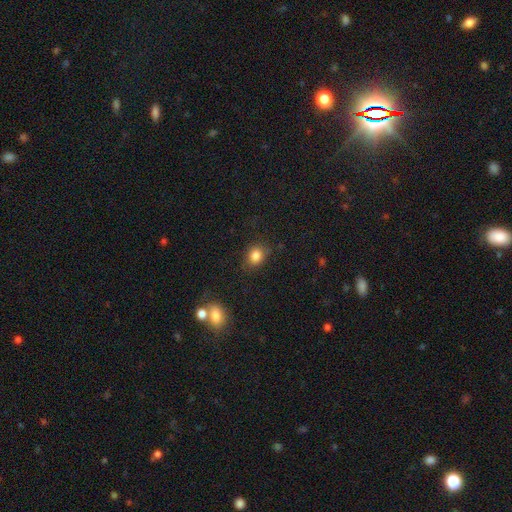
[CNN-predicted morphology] This appears to be a smooth galaxy with no disk features (83%) that is round (60%). Merging: none (78%).